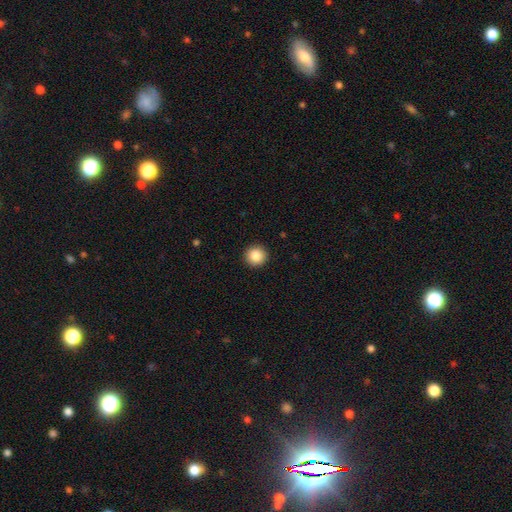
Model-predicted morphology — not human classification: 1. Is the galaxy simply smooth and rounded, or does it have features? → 87% smooth, 9% star or artifact, 4% featured or disk.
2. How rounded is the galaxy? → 95% round, 4% in between, 1% cigar-shaped.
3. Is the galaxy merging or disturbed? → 93% none, 4% minor disturbance, 2% major disturbance, 1% merger.